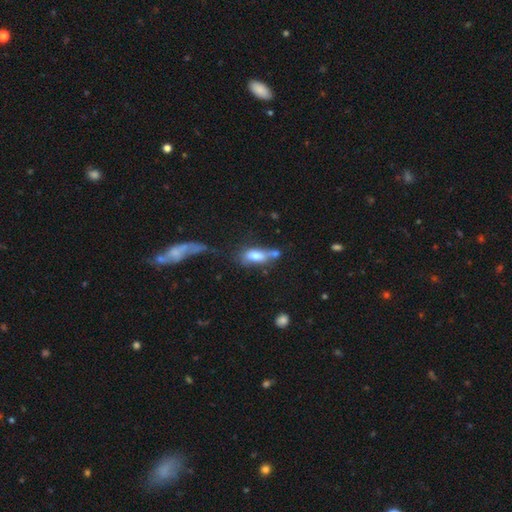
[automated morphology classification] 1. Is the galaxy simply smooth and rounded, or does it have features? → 68% smooth, 23% featured or disk, 9% star or artifact.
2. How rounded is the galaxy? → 76% in between, 18% cigar-shaped, 5% round.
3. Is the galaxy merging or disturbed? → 35% merger, 27% none, 20% minor disturbance, 17% major disturbance.